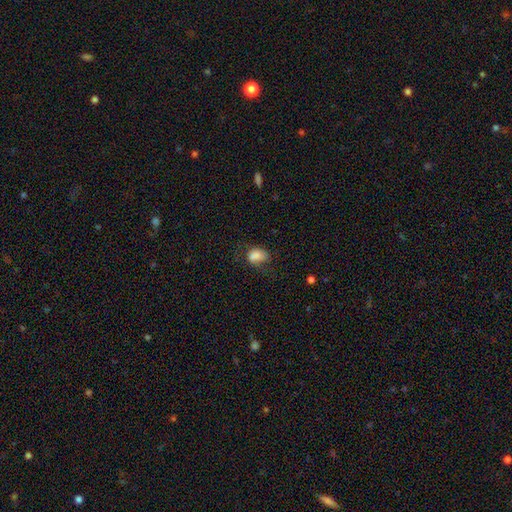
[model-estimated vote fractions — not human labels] Smooth or featured: smooth — 80% (featured or disk — 10%)
How rounded: in between — 79% (round — 20%)
Merging: none — 45% (minor disturbance — 30%)